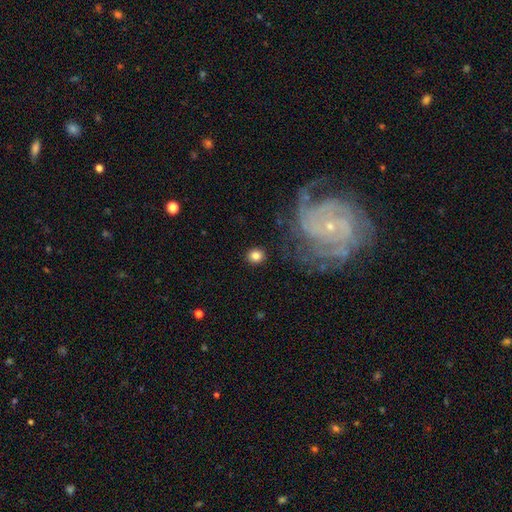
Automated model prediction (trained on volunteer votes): This appears to be a smooth galaxy with no disk features (82%) that is round (85%). Merging: none (87%).